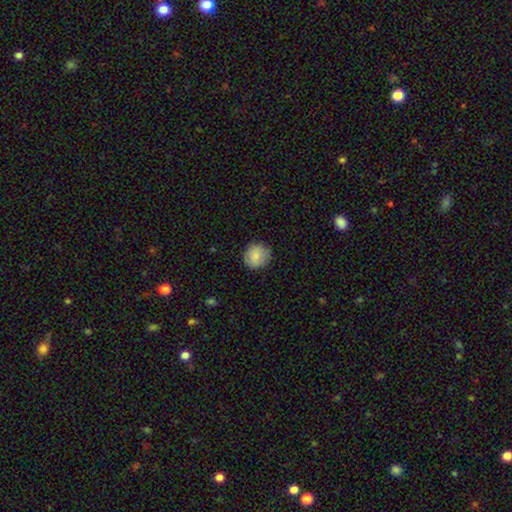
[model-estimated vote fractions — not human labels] Smooth or featured: smooth — 83% (featured or disk — 10%)
How rounded: round — 86% (in between — 13%)
Merging: none — 83% (minor disturbance — 13%)